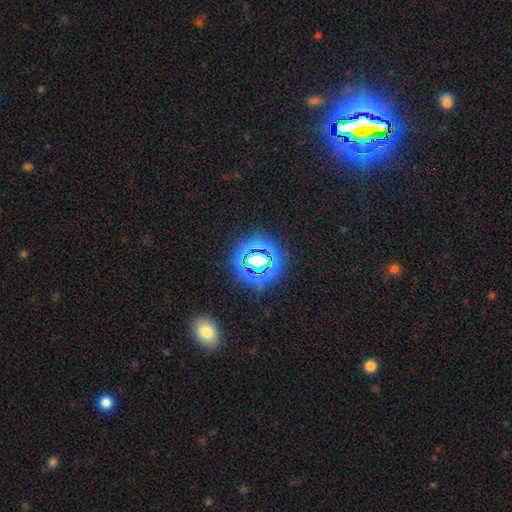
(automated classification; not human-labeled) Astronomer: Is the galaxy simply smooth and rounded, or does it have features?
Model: star or artifact — 68%.